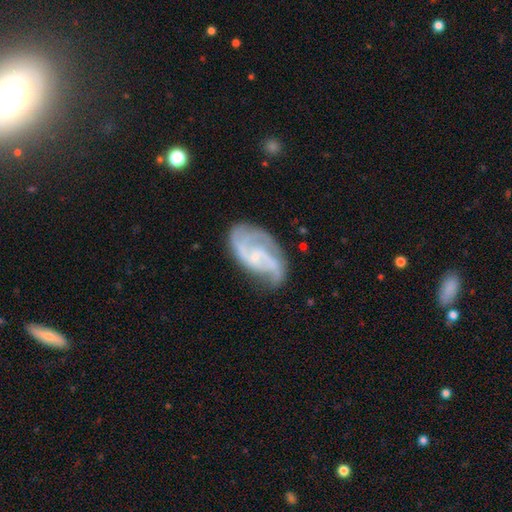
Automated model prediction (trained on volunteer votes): Overall: featured or disk (85%). Edge-on disk: no (97%). Bar: no (52%; weak 38%). Spiral arms: yes (96%). Spiral arm count: 2 (48%; 3 23%). Spiral winding: medium (48%; tight 30%). Bulge size: small (75%). Merging: none (61%; minor disturbance 24%).